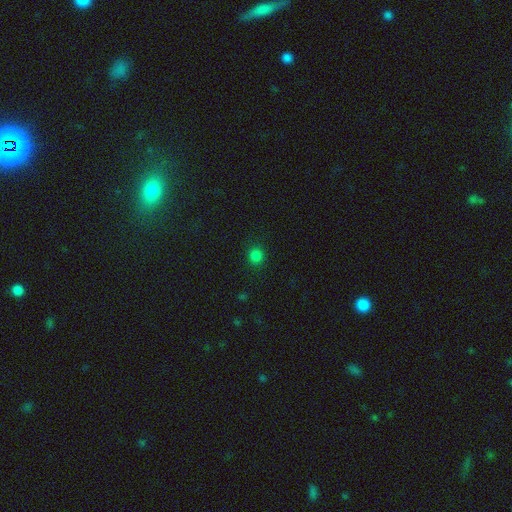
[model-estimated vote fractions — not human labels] The model was most divided on "smooth or featured": smooth: 82%, star or artifact: 15%, featured or disk: 3%. More confident: how rounded — round (91%); merging — none (89%).